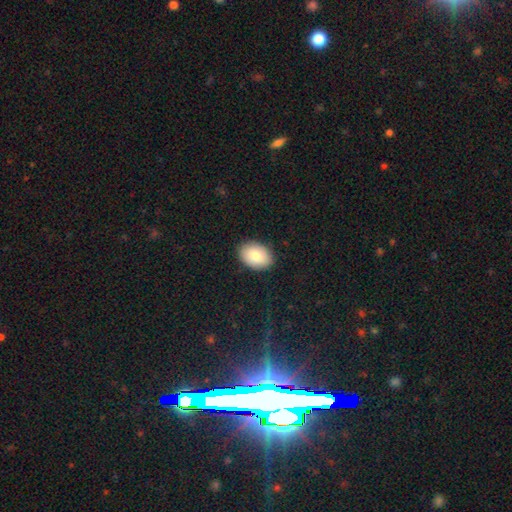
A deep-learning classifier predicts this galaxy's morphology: smooth_or_featured: smooth (p=0.84) [alt: featured or disk p=0.09]
how_rounded: in between (p=0.85) [alt: round p=0.14]
merging: none (p=0.88) [alt: minor disturbance p=0.09]